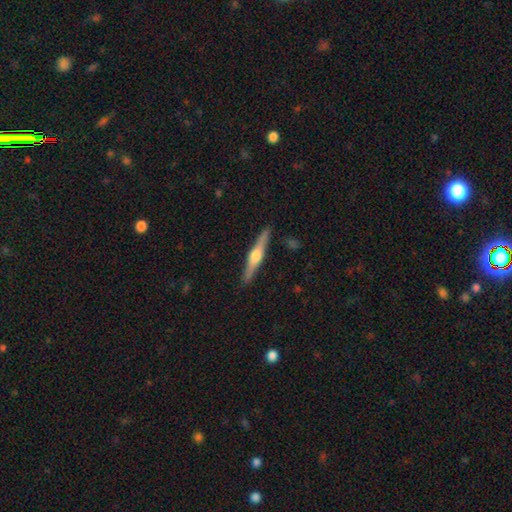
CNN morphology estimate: Smooth or featured? featured or disk (70%)
Edge-on disk? yes (98%)
Edge-on bulge? rounded (92%)
Merging? none (91%)